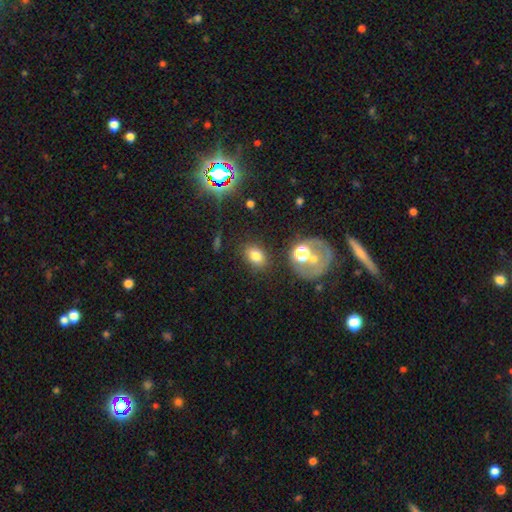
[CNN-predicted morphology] This is likely a smooth galaxy (75%). How rounded: likely in between (71%). Merging: likely none (79%).